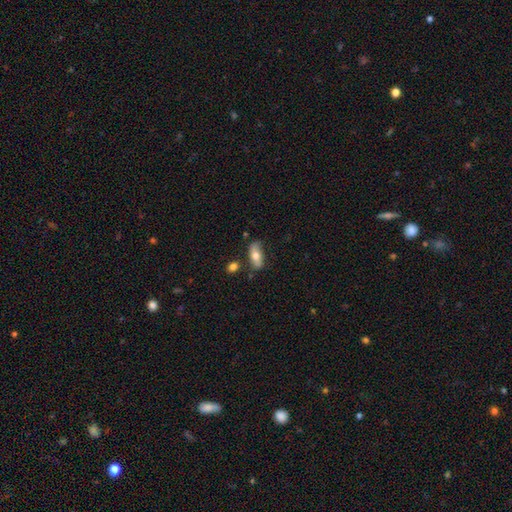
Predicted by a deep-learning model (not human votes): Morphology: type=smooth (65%); roundness=in between (83%); merging=none (71%).